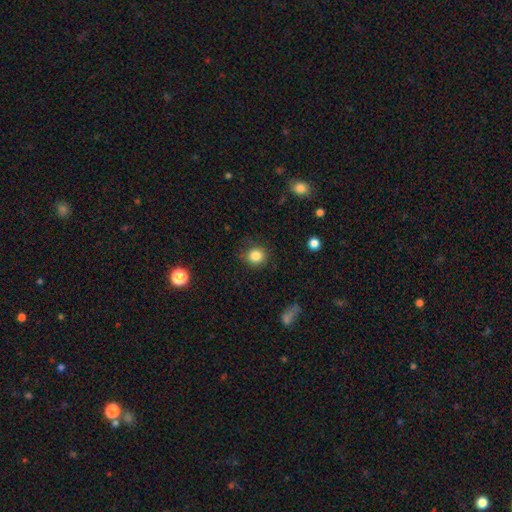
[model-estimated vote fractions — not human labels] Smooth or featured?
  - smooth: 84% *
  - star or artifact: 11%
  - featured or disk: 5%
How rounded?
  - round: 87% *
  - in between: 12%
  - cigar-shaped: 1%
Merging?
  - none: 83% *
  - minor disturbance: 12%
  - major disturbance: 4%
  - merger: 2%